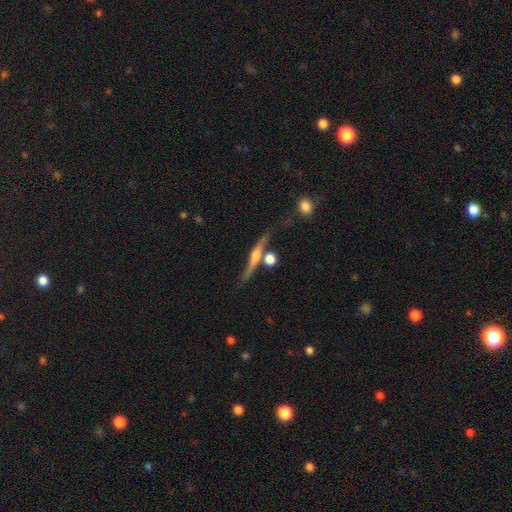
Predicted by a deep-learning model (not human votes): smooth_or_featured: featured or disk (p=0.71) [alt: smooth p=0.22]
disk_edge_on: yes (p=0.90) [alt: no p=0.10]
edge_on_bulge: rounded (p=0.82) [alt: none p=0.09]
merging: none (p=0.64) [alt: minor disturbance p=0.15]